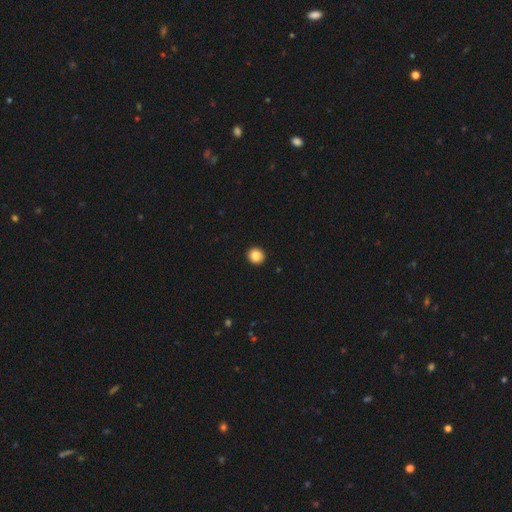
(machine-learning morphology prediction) Smooth or featured?
  - smooth: 87% *
  - star or artifact: 10%
  - featured or disk: 3%
How rounded?
  - round: 91% *
  - in between: 8%
  - cigar-shaped: 1%
Merging?
  - none: 93% *
  - minor disturbance: 5%
  - major disturbance: 1%
  - merger: 1%